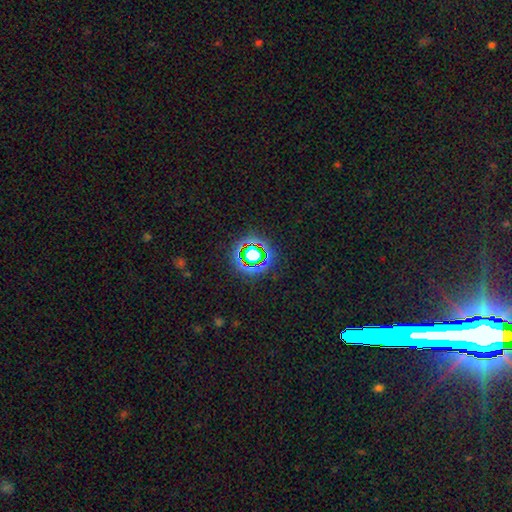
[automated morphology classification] The model was most divided on "smooth or featured": star or artifact: 66%, smooth: 22%, featured or disk: 12%.